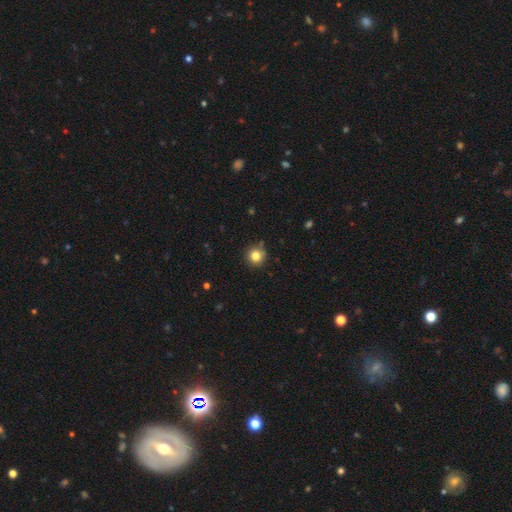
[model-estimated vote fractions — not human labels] Smooth or featured? Predicted: smooth (p=0.82). How rounded? Predicted: round (p=0.93). Merging? Predicted: none (p=0.83).